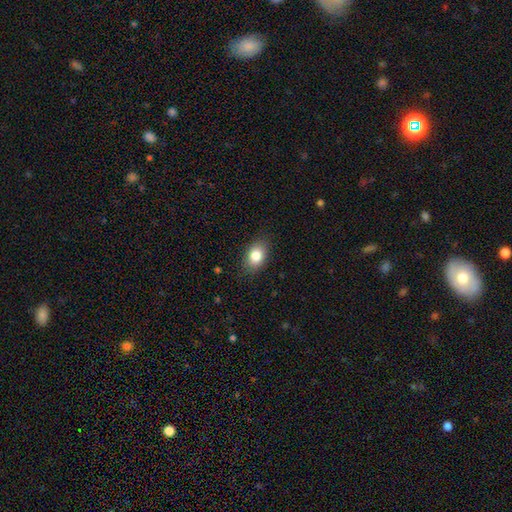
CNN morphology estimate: type=smooth (83%); roundness=in between (81%); merging=none (84%).